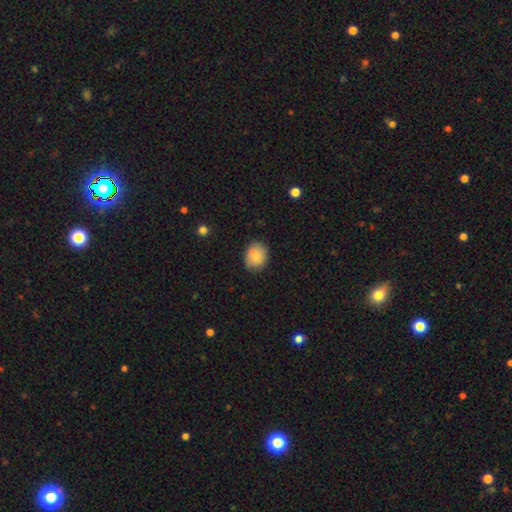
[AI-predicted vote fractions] A smooth galaxy with no disk features (80%) that is round (59%).

Vote fractions:
- Smooth or featured? smooth: 80% / featured or disk: 12% / star or artifact: 8%
- How rounded? round: 59% / in between: 41% / cigar-shaped: 1%
- Merging? none: 79% / minor disturbance: 15% / major disturbance: 3% / merger: 3%